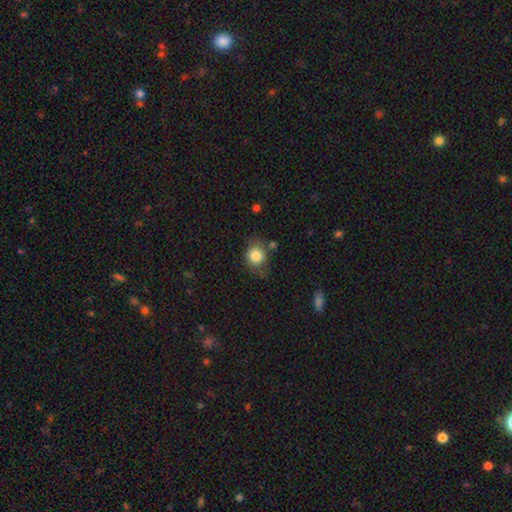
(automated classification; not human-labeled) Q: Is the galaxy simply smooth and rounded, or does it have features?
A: smooth — 81%.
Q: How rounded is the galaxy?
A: round — 68%.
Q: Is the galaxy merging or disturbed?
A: none — 62%.